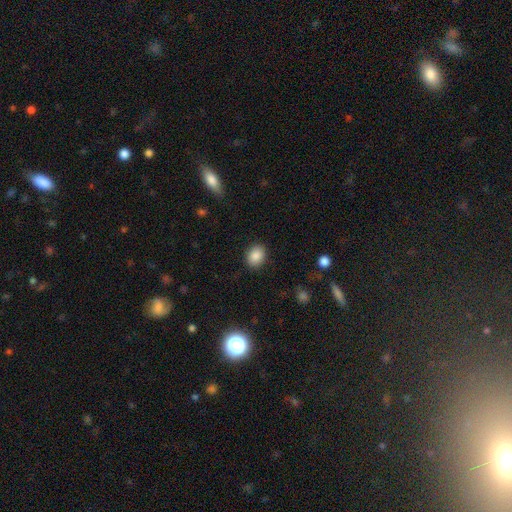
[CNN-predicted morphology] The model was most divided on "how rounded": in between: 51%, round: 48%, cigar-shaped: 1%. More confident: merging — none (88%); smooth or featured — smooth (88%).